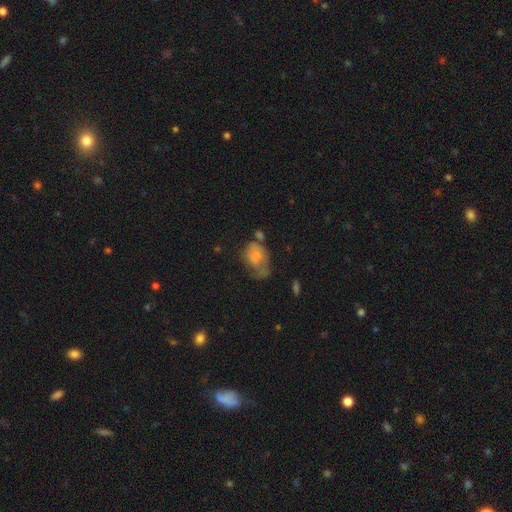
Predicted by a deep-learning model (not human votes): A smooth galaxy with no disk features (63%) that is in between round and cigar-shaped (74%). Merging: major disturbance (38%).